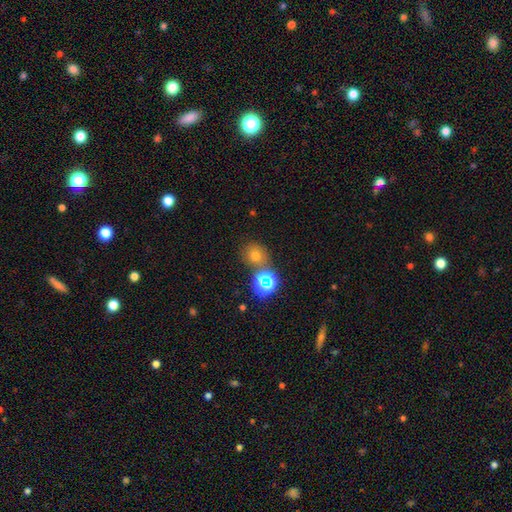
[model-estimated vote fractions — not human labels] smooth_or_featured: smooth (p=0.65) [alt: star or artifact p=0.25]
how_rounded: round (p=0.78) [alt: in between p=0.22]
merging: none (p=0.67) [alt: merger p=0.18]